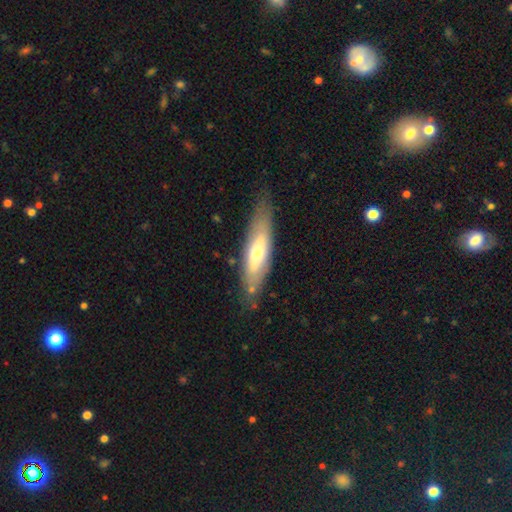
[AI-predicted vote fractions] Overall: featured or disk (50%; smooth 43%). Edge-on disk: yes (51%; no 49%). Merging: none (78%).